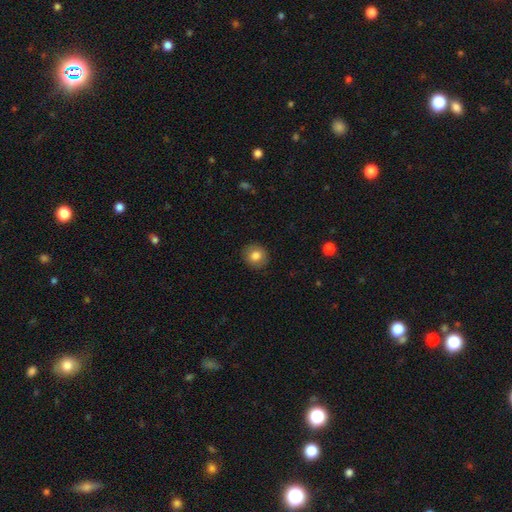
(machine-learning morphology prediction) The model was most divided on "smooth or featured": smooth: 82%, featured or disk: 9%, star or artifact: 9%. More confident: merging — none (90%); how rounded — round (88%).